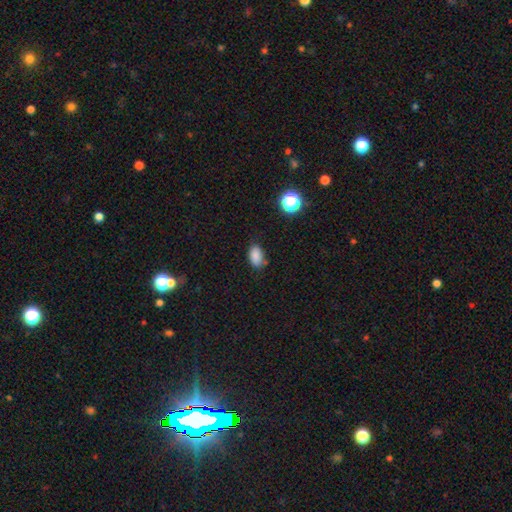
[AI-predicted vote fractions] smooth-or-featured: smooth: 84% | star or artifact: 11% | featured or disk: 5%
  how-rounded: in between: 90% | round: 8% | cigar-shaped: 2%
  merging: none: 73% | minor disturbance: 20% | major disturbance: 4% | merger: 3%